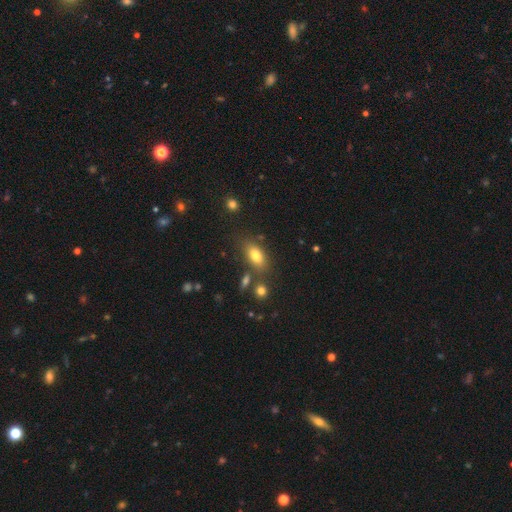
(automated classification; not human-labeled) Smooth or featured?
  - smooth: 78% *
  - featured or disk: 12%
  - star or artifact: 9%
How rounded?
  - in between: 86% *
  - round: 7%
  - cigar-shaped: 6%
Merging?
  - none: 73% *
  - minor disturbance: 14%
  - merger: 9%
  - major disturbance: 5%